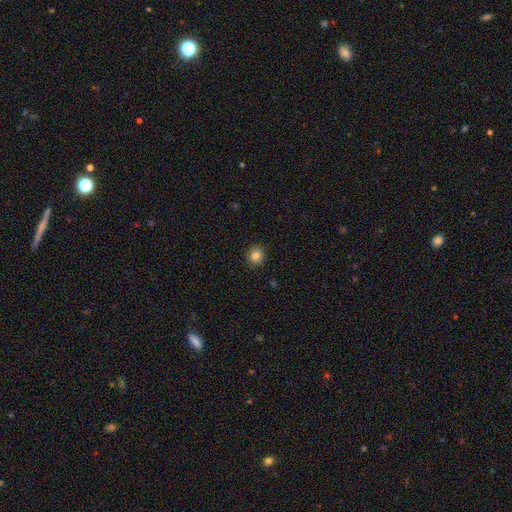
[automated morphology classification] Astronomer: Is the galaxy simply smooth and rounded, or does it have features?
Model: smooth — 83%.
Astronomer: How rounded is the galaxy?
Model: round — 90%.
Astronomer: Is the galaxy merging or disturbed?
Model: none — 91%.